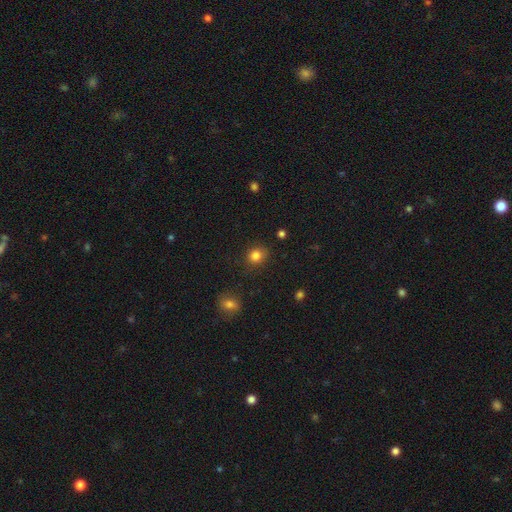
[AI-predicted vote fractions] smooth-or-featured: smooth: 83% | star or artifact: 12% | featured or disk: 5%
  how-rounded: round: 78% | in between: 21% | cigar-shaped: 1%
  merging: none: 86% | minor disturbance: 10% | major disturbance: 3% | merger: 2%